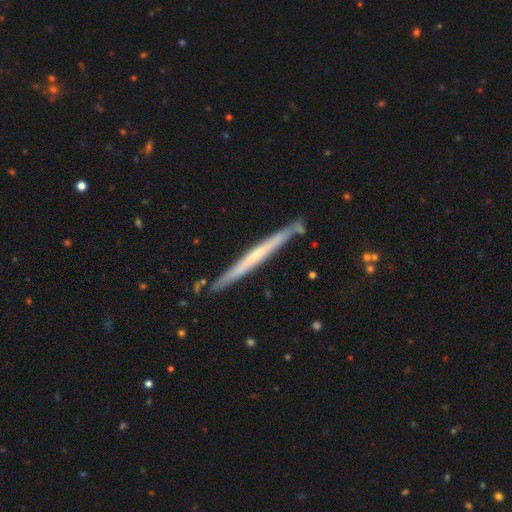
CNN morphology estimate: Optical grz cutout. It shows a featured or disk galaxy (64%) viewed edge-on (96%) with no central bulge (72%). Merging: none (86%).